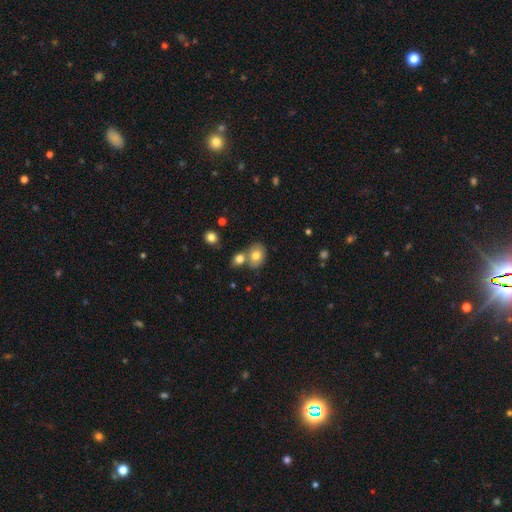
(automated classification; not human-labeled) smooth_or_featured: smooth (p=0.75) [alt: featured or disk p=0.16]
how_rounded: in between (p=0.53) [alt: round p=0.46]
merging: none (p=0.51) [alt: merger p=0.34]